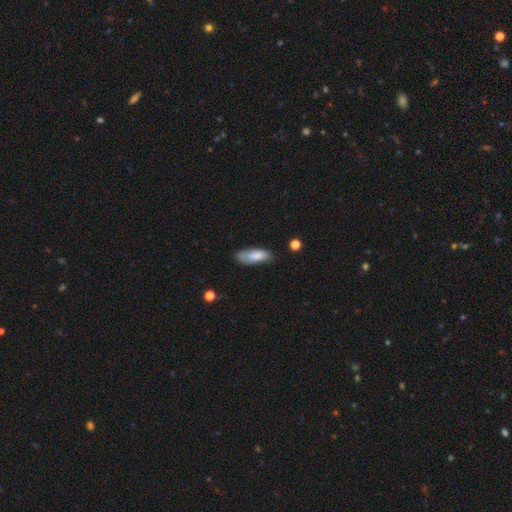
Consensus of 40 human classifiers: Q: Smooth or featured?
A: smooth (88%); runner-up: featured or disk (8%)
Q: How rounded?
A: in between (86%); runner-up: cigar-shaped (14%)
Q: Merging?
A: none (53%); runner-up: minor disturbance (37%)